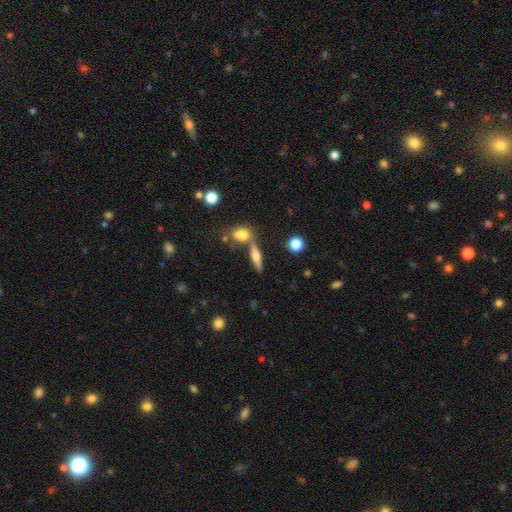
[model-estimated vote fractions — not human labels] A smooth galaxy with no disk features (47%).

Vote fractions:
- Smooth or featured? smooth: 47% / featured or disk: 43% / star or artifact: 9%
- Merging? none: 65% / merger: 21% / minor disturbance: 10% / major disturbance: 4%